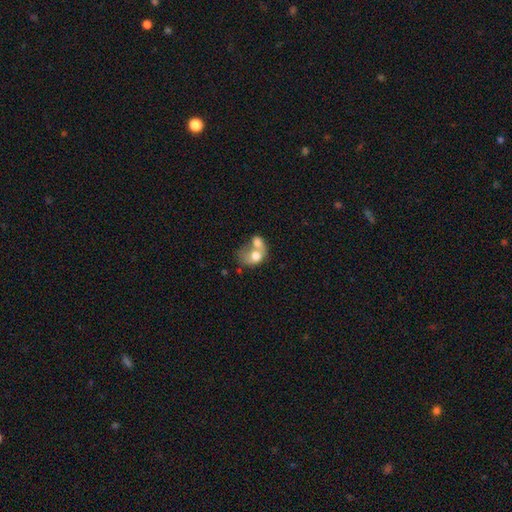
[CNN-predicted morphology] Smooth or featured? smooth (64%)
How rounded? in between (59%)
Merging? merger (76%)